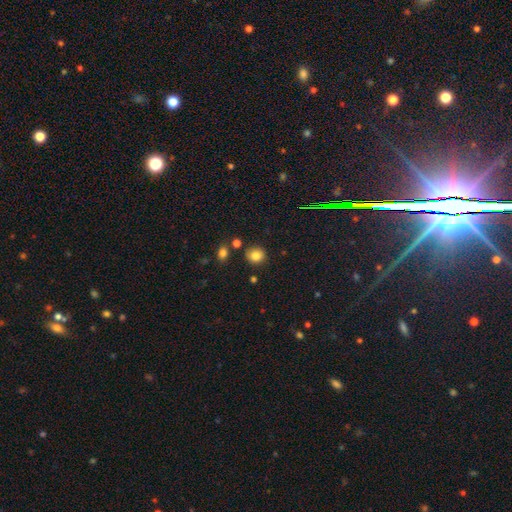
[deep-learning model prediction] The model was most divided on "how rounded": round: 84%, in between: 15%, cigar-shaped: 1%. More confident: merging — none (84%); smooth or featured — smooth (83%).